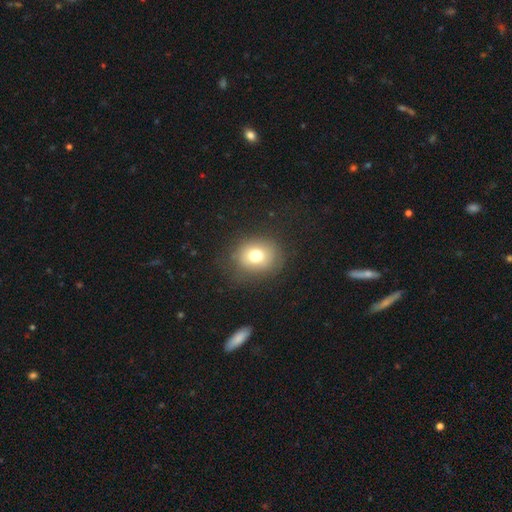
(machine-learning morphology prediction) smooth-or-featured: smooth: 73% | featured or disk: 13% | star or artifact: 13%
  how-rounded: round: 66% | in between: 33% | cigar-shaped: 1%
  merging: none: 80% | minor disturbance: 12% | major disturbance: 6% | merger: 1%